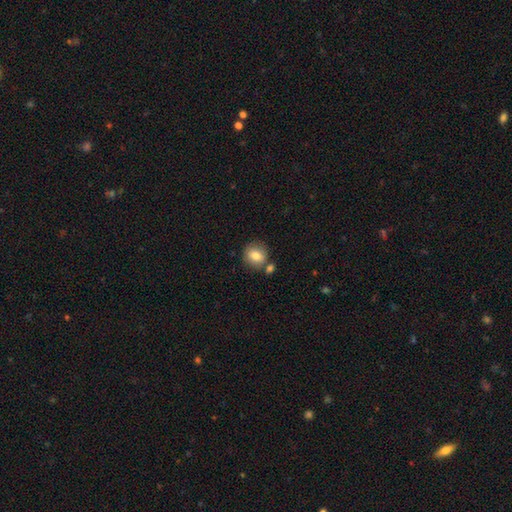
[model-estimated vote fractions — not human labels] Smooth or featured? smooth (80%)
How rounded? round (74%)
Merging? none (70%)